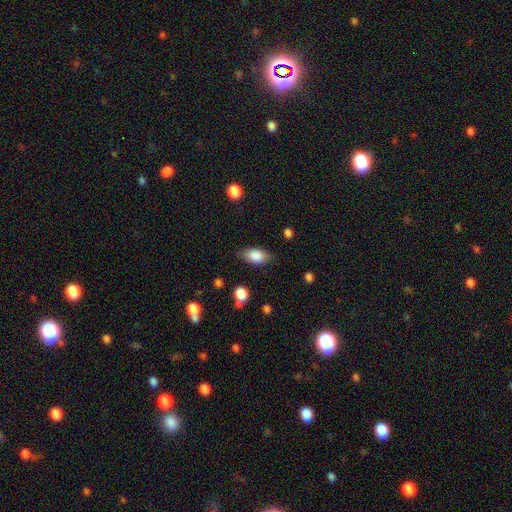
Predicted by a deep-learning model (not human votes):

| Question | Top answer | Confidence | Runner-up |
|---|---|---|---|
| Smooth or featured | smooth | 84% | featured or disk (9%) |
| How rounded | in between | 89% | cigar-shaped (6%) |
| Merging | none | 78% | minor disturbance (16%) |